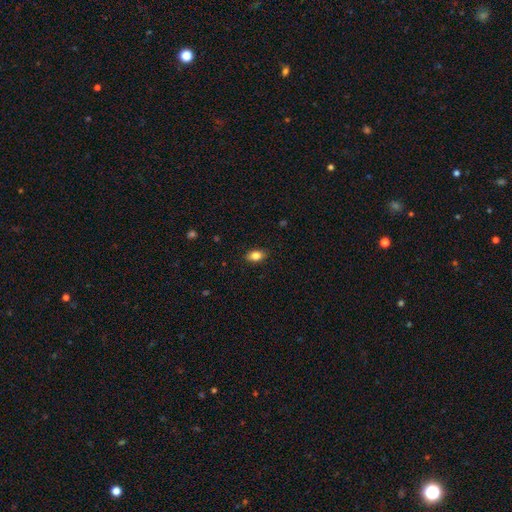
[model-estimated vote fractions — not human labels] Smooth or featured?
  - smooth: 84% *
  - star or artifact: 9%
  - featured or disk: 7%
How rounded?
  - in between: 86% *
  - round: 12%
  - cigar-shaped: 2%
Merging?
  - none: 88% *
  - minor disturbance: 9%
  - major disturbance: 2%
  - merger: 1%